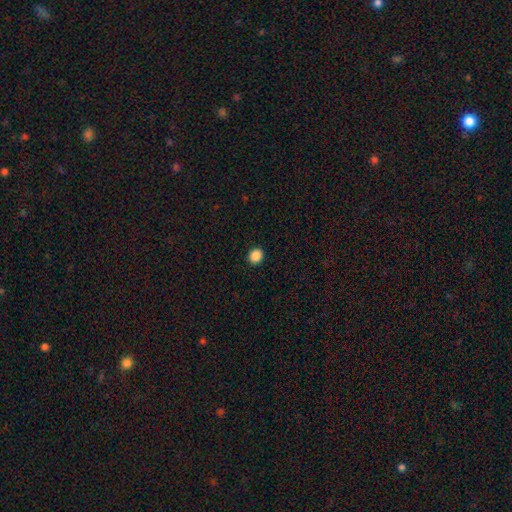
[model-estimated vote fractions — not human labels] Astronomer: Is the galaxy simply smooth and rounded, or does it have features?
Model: smooth — 88%.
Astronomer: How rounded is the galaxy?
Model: round — 77%.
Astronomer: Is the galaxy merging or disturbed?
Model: none — 92%.